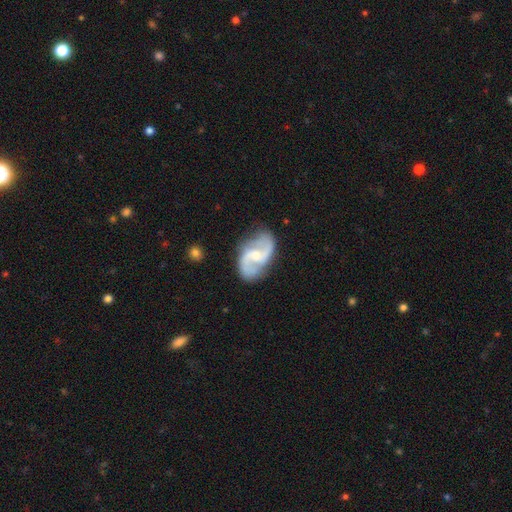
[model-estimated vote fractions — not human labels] Q: Smooth or featured?
A: featured or disk (89%); runner-up: smooth (7%)
Q: Edge-on disk?
A: no (98%); runner-up: yes (2%)
Q: Bar?
A: weak (50%); runner-up: no (37%)
Q: Spiral arms?
A: yes (97%); runner-up: no (3%)
Q: Spiral winding?
A: medium (47%); runner-up: loose (42%)
Q: Spiral arm count?
A: 2 (93%); runner-up: can't tell (3%)
Q: Bulge size?
A: small (47%); tied with: moderate (47%)
Q: Merging?
A: none (78%); runner-up: minor disturbance (15%)